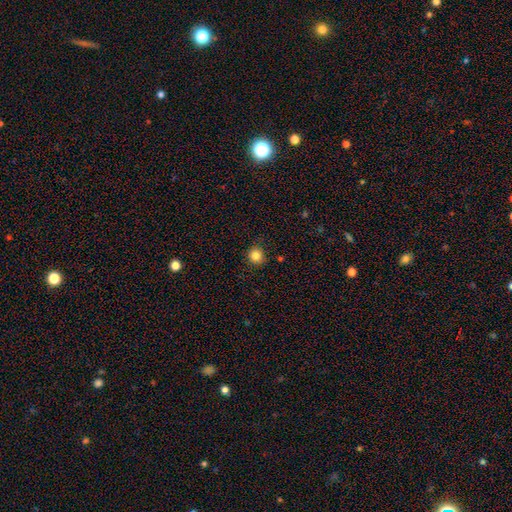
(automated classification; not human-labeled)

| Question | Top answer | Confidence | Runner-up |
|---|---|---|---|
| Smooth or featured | smooth | 84% | star or artifact (12%) |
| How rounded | round | 91% | in between (8%) |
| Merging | none | 88% | minor disturbance (8%) |